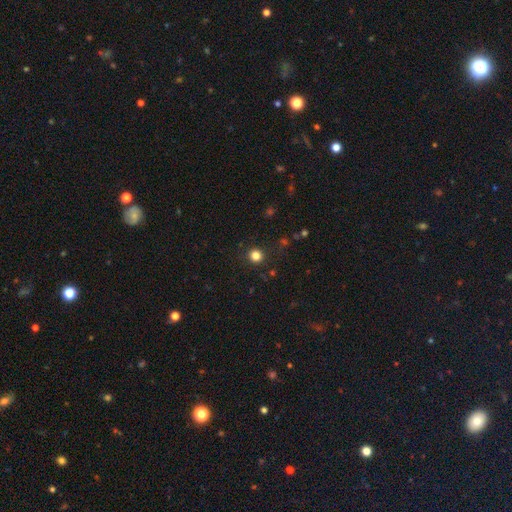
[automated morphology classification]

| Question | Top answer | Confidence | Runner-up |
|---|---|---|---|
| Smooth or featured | smooth | 82% | star or artifact (14%) |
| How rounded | round | 93% | in between (6%) |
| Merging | none | 91% | minor disturbance (6%) |